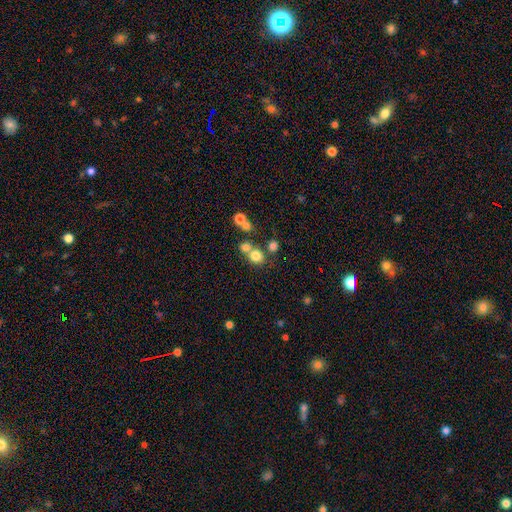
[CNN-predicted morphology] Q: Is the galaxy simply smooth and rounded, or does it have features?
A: smooth — 75%.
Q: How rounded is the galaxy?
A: round — 81%.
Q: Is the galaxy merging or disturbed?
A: none — 54%.